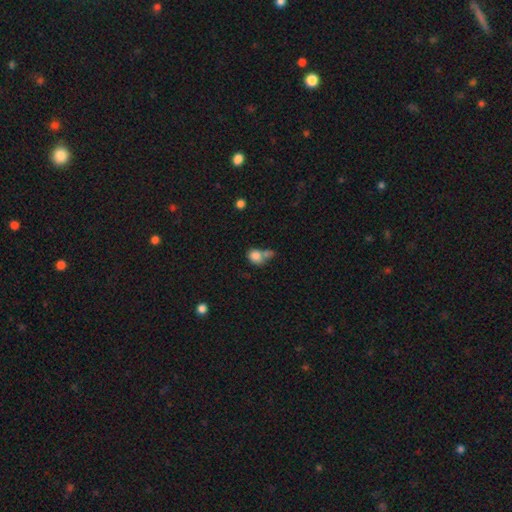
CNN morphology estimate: A smooth galaxy with no disk features (81%) that is round (61%). Merging: merger (48%).